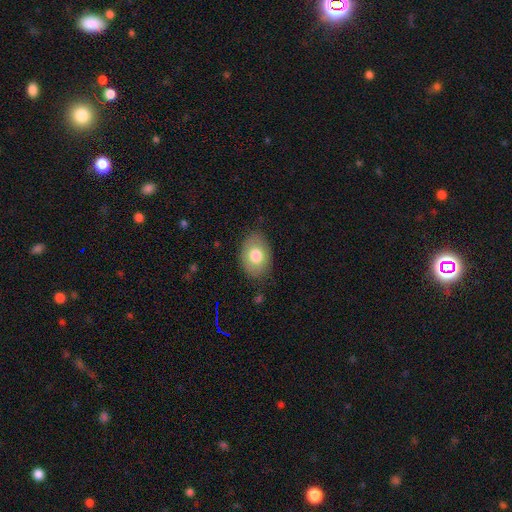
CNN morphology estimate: A smooth galaxy with no disk features (75%) that is in between round and cigar-shaped (80%).

Vote fractions:
- Smooth or featured? smooth: 75% / featured or disk: 18% / star or artifact: 7%
- How rounded? in between: 80% / round: 19% / cigar-shaped: 1%
- Merging? none: 81% / minor disturbance: 14% / major disturbance: 4% / merger: 1%